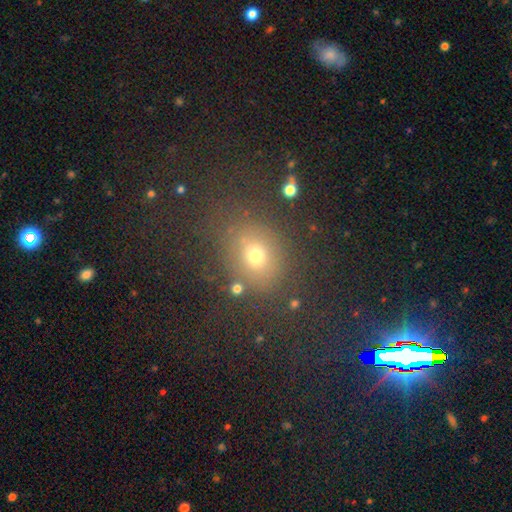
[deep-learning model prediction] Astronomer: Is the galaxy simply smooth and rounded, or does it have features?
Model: smooth — 68%.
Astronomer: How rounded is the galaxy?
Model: round — 62%.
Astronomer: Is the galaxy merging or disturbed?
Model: none — 75%.